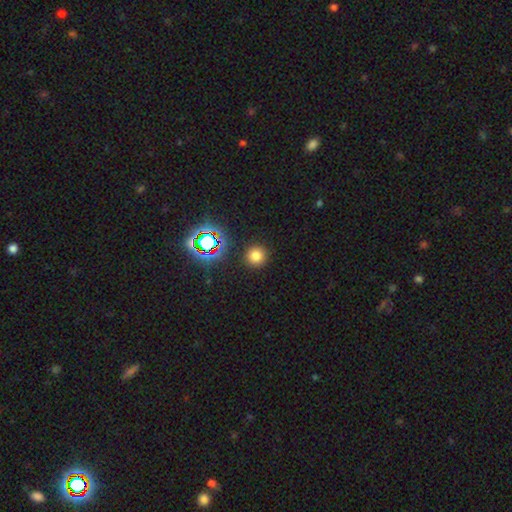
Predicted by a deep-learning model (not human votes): This is likely a smooth galaxy (74%). How rounded: clearly round (94%). Merging: clearly none (91%).